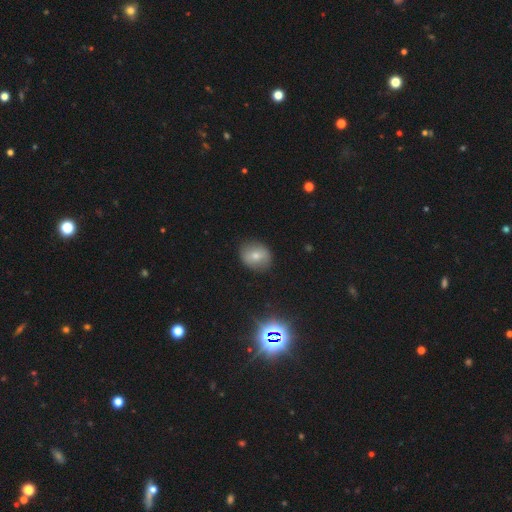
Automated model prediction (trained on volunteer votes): A smooth galaxy with no disk features (65%) that is round (66%).

Vote fractions:
- Smooth or featured? smooth: 65% / featured or disk: 23% / star or artifact: 12%
- How rounded? round: 66% / in between: 33% / cigar-shaped: 1%
- Merging? none: 84% / minor disturbance: 11% / major disturbance: 3% / merger: 1%